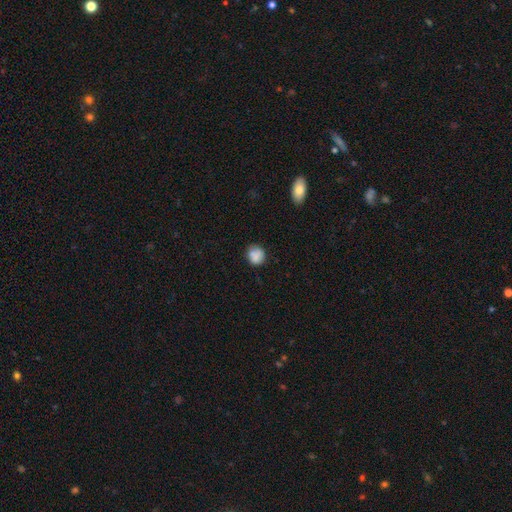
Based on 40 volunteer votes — Smooth or featured?
  - smooth: 60% *
  - featured or disk: 38%
  - star or artifact: 2%
How rounded?
  - round: 83% *
  - in between: 17%
  - cigar-shaped: 0%
Merging?
  - none: 74% *
  - minor disturbance: 13%
  - major disturbance: 10%
  - merger: 3%